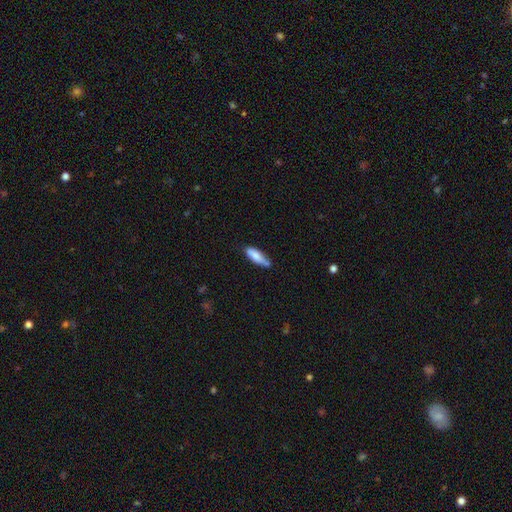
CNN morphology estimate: smooth-or-featured: smooth: 77% | featured or disk: 17% | star or artifact: 6%
  how-rounded: in between: 50% | cigar-shaped: 49% | round: 2%
  merging: none: 63% | minor disturbance: 27% | merger: 5% | major disturbance: 5%